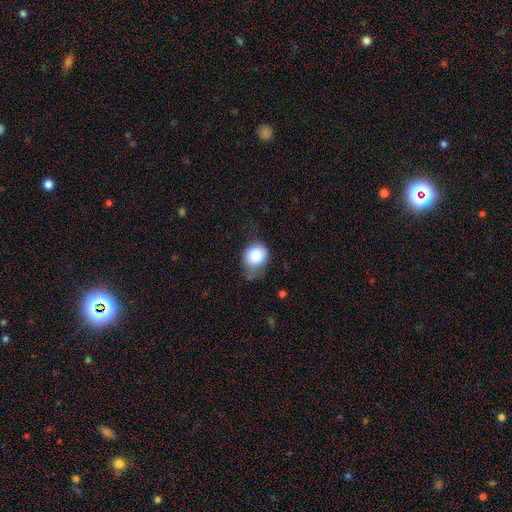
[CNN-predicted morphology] The model was most divided on "merging": none: 43%, minor disturbance: 40%, major disturbance: 15%, merger: 3%. More confident: smooth or featured — smooth (84%); how rounded — round (66%).